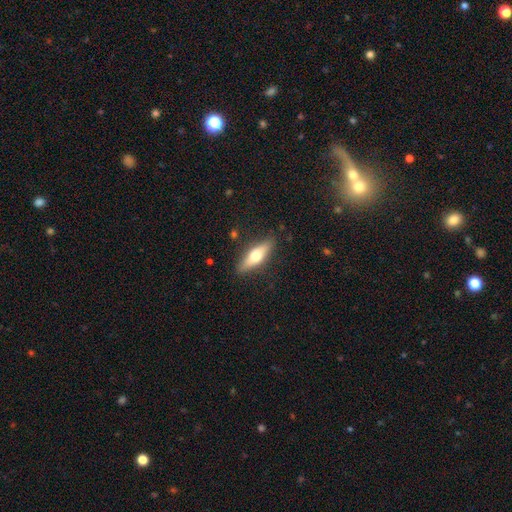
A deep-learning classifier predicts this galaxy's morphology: type=smooth (57%); roundness=cigar-shaped (50%); merging=none (86%).